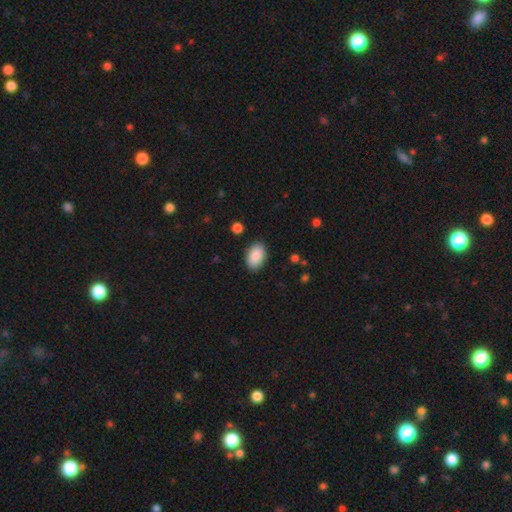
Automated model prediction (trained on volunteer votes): Morphology: type=smooth (89%); roundness=in between (91%); merging=none (88%).